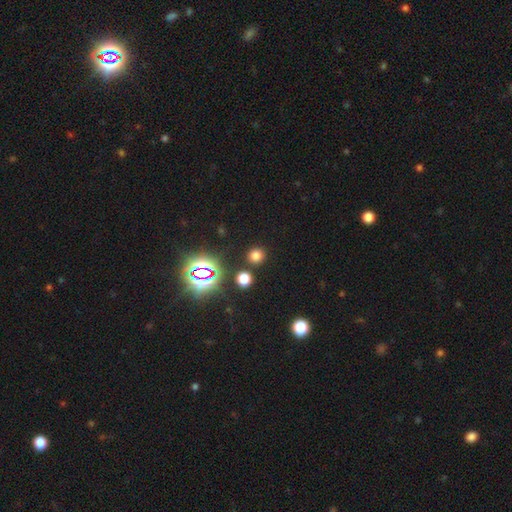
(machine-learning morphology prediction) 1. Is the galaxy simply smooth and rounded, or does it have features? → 69% smooth, 26% star or artifact, 6% featured or disk.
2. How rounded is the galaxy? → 88% round, 11% in between, 1% cigar-shaped.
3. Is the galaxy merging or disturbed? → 85% none, 6% minor disturbance, 6% merger, 3% major disturbance.